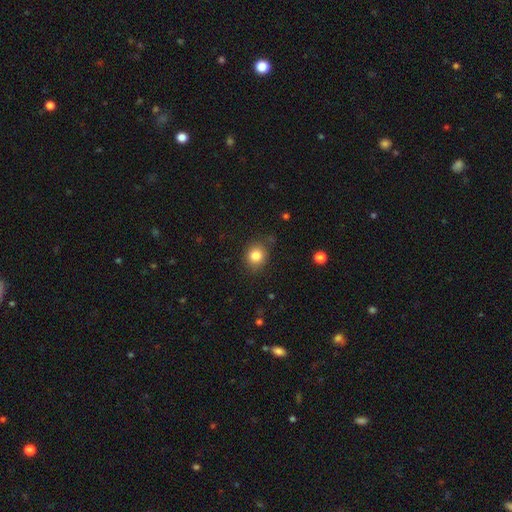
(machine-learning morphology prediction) Smooth or featured?
  - smooth: 83% *
  - star or artifact: 11%
  - featured or disk: 6%
How rounded?
  - round: 75% *
  - in between: 24%
  - cigar-shaped: 1%
Merging?
  - none: 80% *
  - minor disturbance: 14%
  - major disturbance: 4%
  - merger: 2%